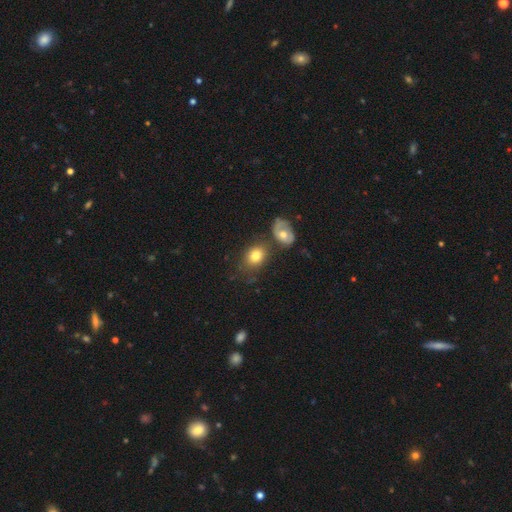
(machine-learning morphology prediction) This appears to be a smooth galaxy with no disk features (76%) that is in between round and cigar-shaped (63%). Merging: none (56%).